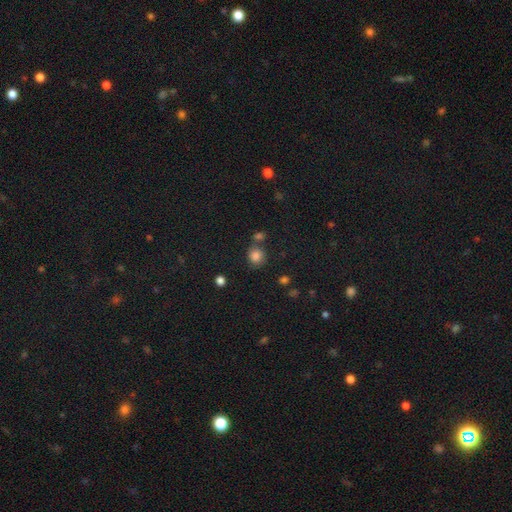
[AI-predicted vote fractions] Morphology: type=smooth (82%); roundness=round (82%); merging=none (67%).